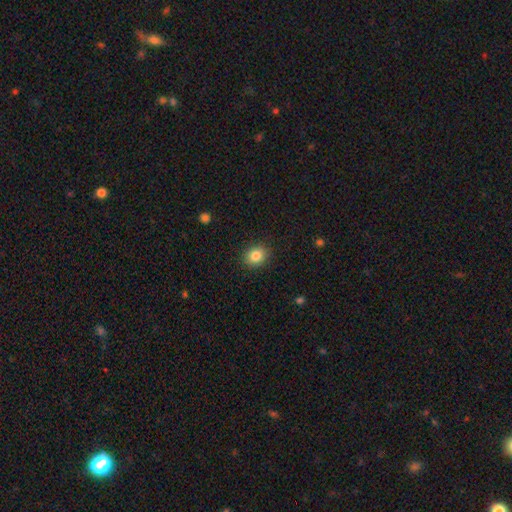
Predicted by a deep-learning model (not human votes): smooth-or-featured: smooth: 84% | star or artifact: 10% | featured or disk: 6%
  how-rounded: round: 63% | in between: 36% | cigar-shaped: 1%
  merging: none: 89% | minor disturbance: 8% | major disturbance: 2% | merger: 1%